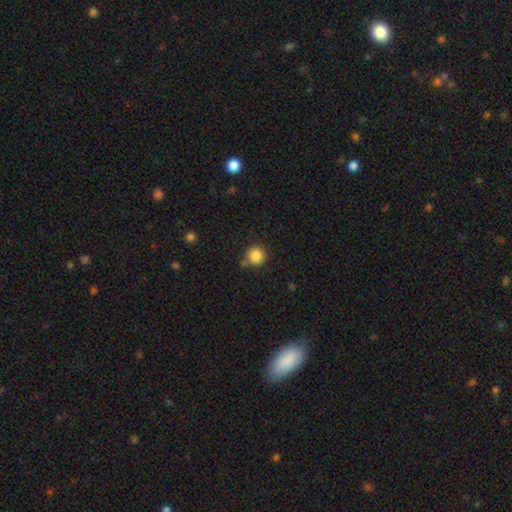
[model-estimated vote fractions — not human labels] Smooth or featured: smooth — 86% (star or artifact — 10%)
How rounded: round — 94% (in between — 5%)
Merging: none — 79% (minor disturbance — 10%)